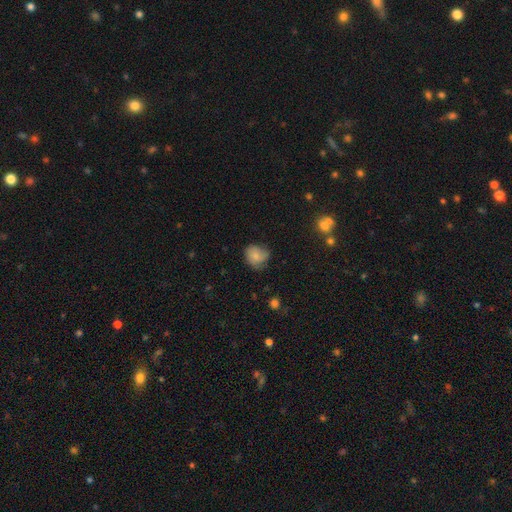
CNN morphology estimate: smooth 68%, featured or disk 24%, star or artifact 9%. Down the decision tree: how rounded — round (64%); merging — none (55%).